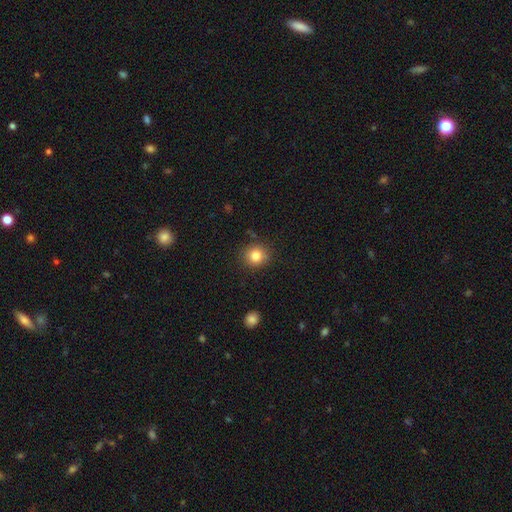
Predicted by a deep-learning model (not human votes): smooth_or_featured: smooth (p=0.83) [alt: star or artifact p=0.11]
how_rounded: round (p=0.86) [alt: in between p=0.13]
merging: none (p=0.86) [alt: minor disturbance p=0.09]